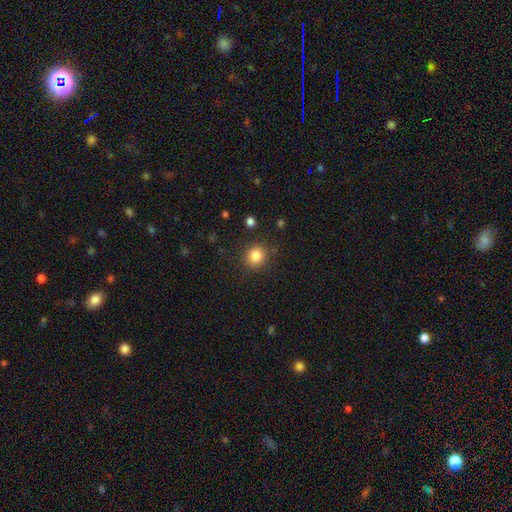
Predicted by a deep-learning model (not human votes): This appears to be a smooth galaxy with no disk features (83%) that is round (86%). Merging: none (86%).